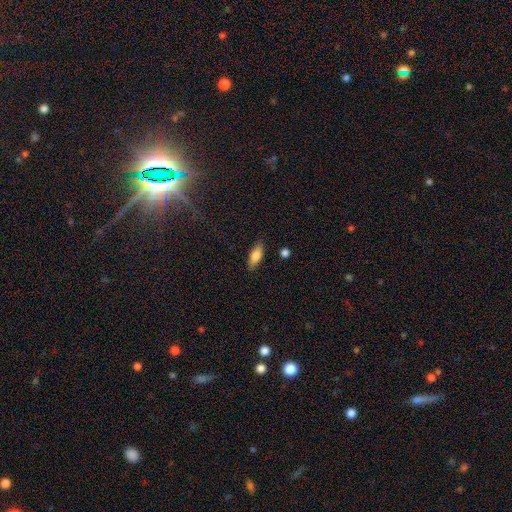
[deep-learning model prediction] Smooth or featured?
  - smooth: 77% *
  - featured or disk: 15%
  - star or artifact: 7%
How rounded?
  - in between: 76% *
  - cigar-shaped: 21%
  - round: 3%
Merging?
  - none: 85% *
  - minor disturbance: 11%
  - major disturbance: 2%
  - merger: 2%